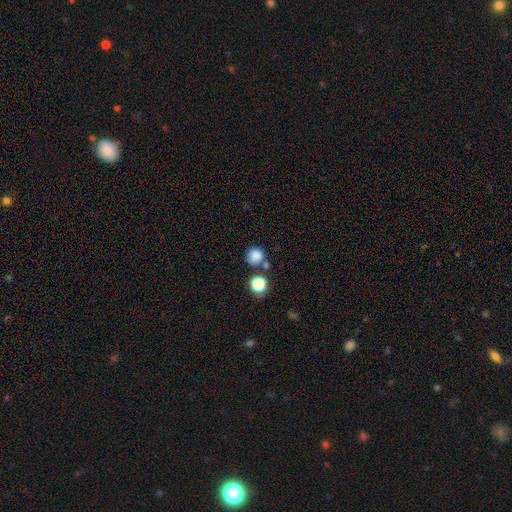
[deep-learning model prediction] The model was most divided on "merging": none: 68%, merger: 17%, minor disturbance: 11%, major disturbance: 4%. More confident: how rounded — round (92%); smooth or featured — smooth (83%).